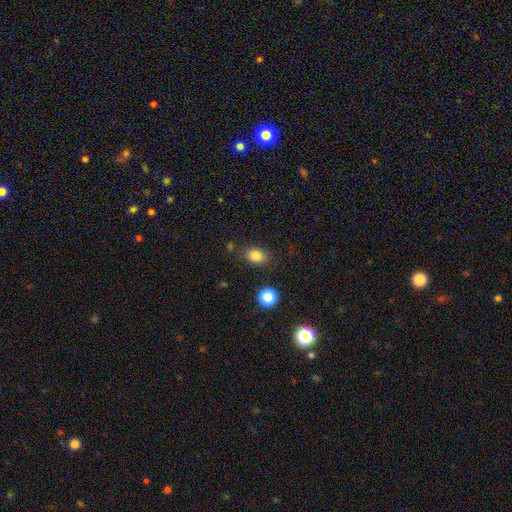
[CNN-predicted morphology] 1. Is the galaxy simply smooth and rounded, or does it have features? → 83% smooth, 11% star or artifact, 6% featured or disk.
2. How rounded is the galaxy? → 66% in between, 33% round, 1% cigar-shaped.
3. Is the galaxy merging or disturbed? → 81% none, 12% minor disturbance, 4% major disturbance, 3% merger.